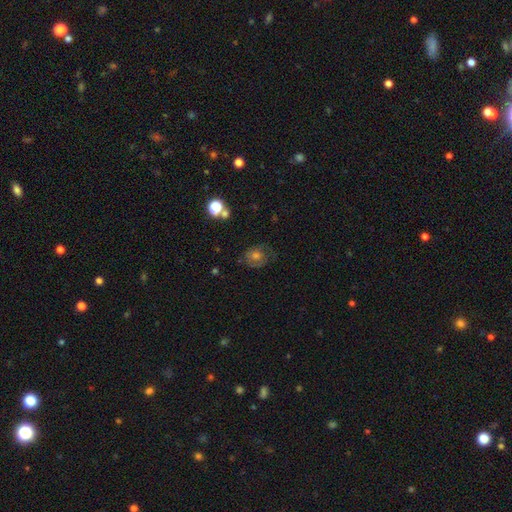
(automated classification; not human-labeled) This appears to be a featured or disk galaxy (46%). Merging: none (69%).